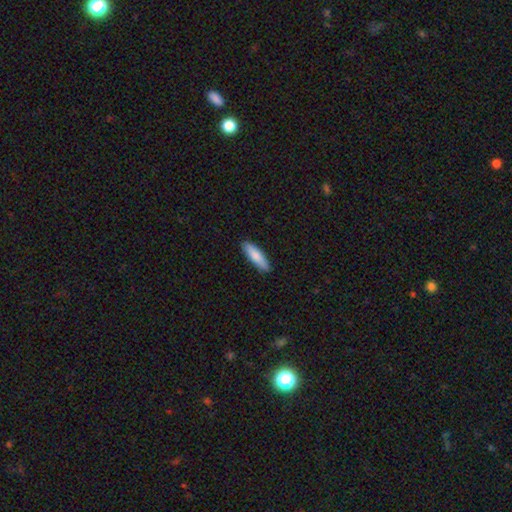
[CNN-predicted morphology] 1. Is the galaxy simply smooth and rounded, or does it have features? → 85% smooth, 10% featured or disk, 5% star or artifact.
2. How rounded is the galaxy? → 67% cigar-shaped, 32% in between, 1% round.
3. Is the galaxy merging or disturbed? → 89% none, 8% minor disturbance, 2% major disturbance, 1% merger.